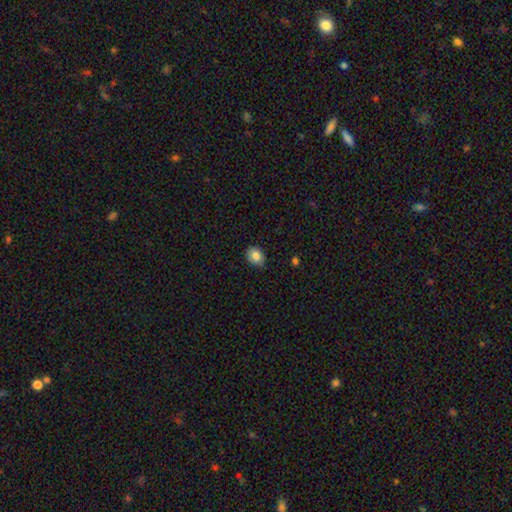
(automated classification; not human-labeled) smooth-or-featured: smooth: 83% | featured or disk: 9% | star or artifact: 8%
  how-rounded: in between: 58% | round: 41% | cigar-shaped: 1%
  merging: none: 84% | minor disturbance: 13% | major disturbance: 2% | merger: 1%